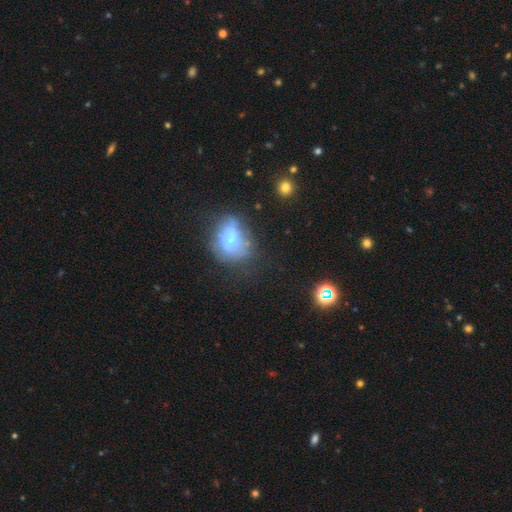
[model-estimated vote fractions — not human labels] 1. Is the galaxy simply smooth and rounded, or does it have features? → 52% smooth, 26% star or artifact, 21% featured or disk.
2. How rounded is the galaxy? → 54% round, 45% in between, 2% cigar-shaped.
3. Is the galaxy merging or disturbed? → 71% none, 16% minor disturbance, 9% major disturbance, 4% merger.